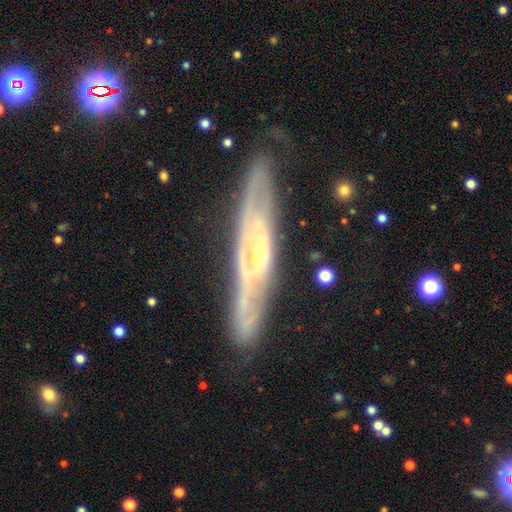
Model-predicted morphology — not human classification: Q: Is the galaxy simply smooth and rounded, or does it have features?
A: featured or disk — 80%.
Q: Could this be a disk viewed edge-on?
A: yes — 62%.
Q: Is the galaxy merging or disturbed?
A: none — 80%.